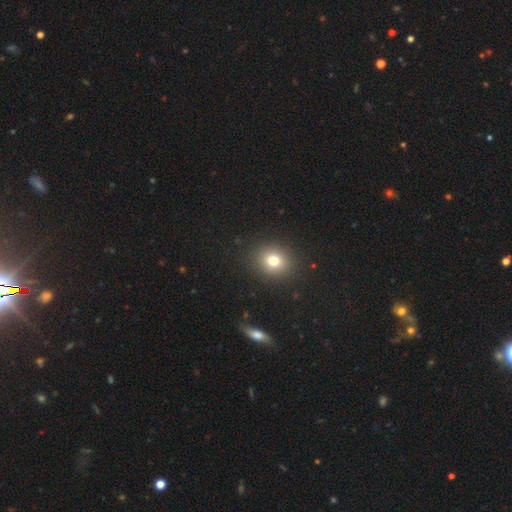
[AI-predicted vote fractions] The model was most divided on "smooth or featured": smooth: 53%, star or artifact: 39%, featured or disk: 8%. More confident: merging — none (88%); how rounded — round (79%).